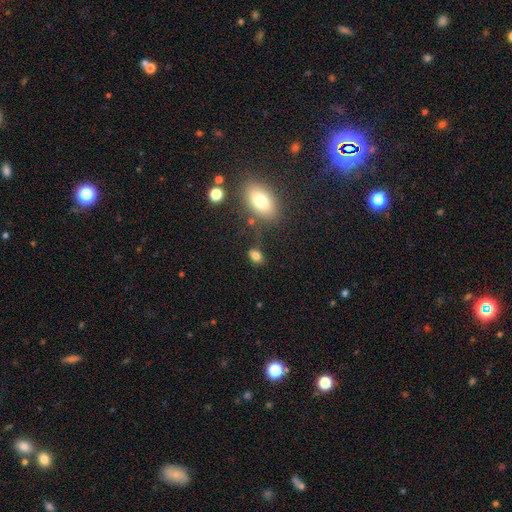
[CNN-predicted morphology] Smooth or featured? Predicted: smooth (p=0.79). How rounded? Predicted: in between (p=0.73). Merging? Predicted: none (p=0.64).